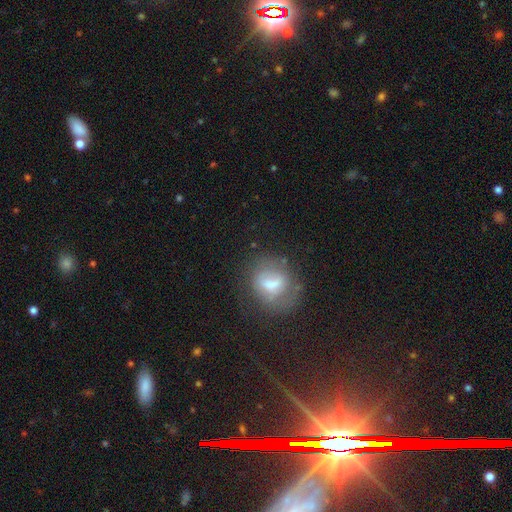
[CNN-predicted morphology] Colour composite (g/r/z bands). It shows a smooth galaxy with no disk features (36%). Merging: none (77%).